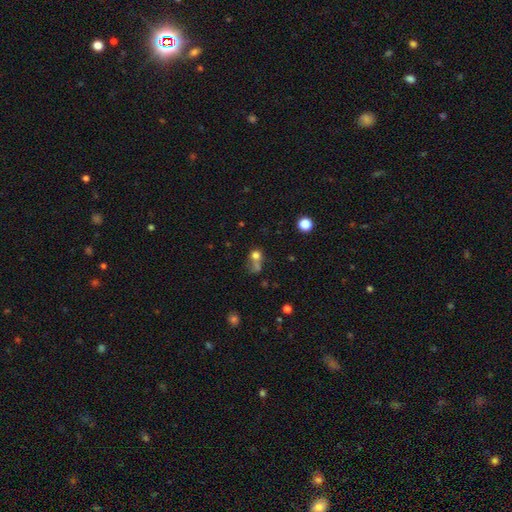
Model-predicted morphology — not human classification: Smooth or featured? smooth (70%)
How rounded? round (76%)
Merging? merger (39%)